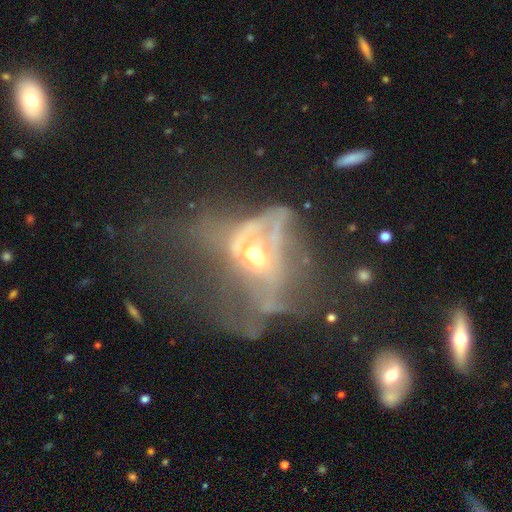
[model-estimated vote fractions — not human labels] Morphology: type=featured or disk (64%); edge-on=no (91%); bar=no (76%); spiral arms=no (74%); bulge=moderate (65%); merging=major disturbance (61%).